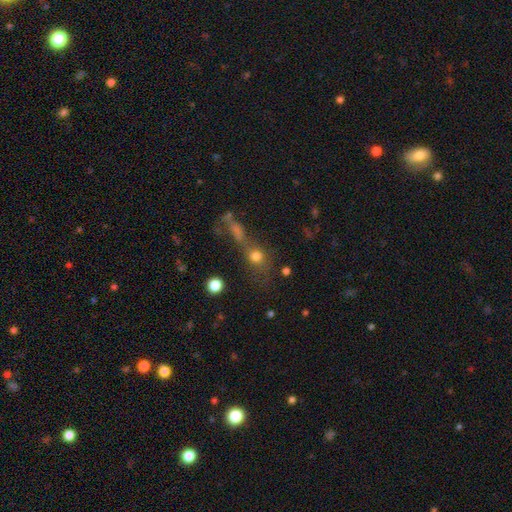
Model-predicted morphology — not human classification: type=smooth (68%); roundness=round (73%); merging=none (43%).